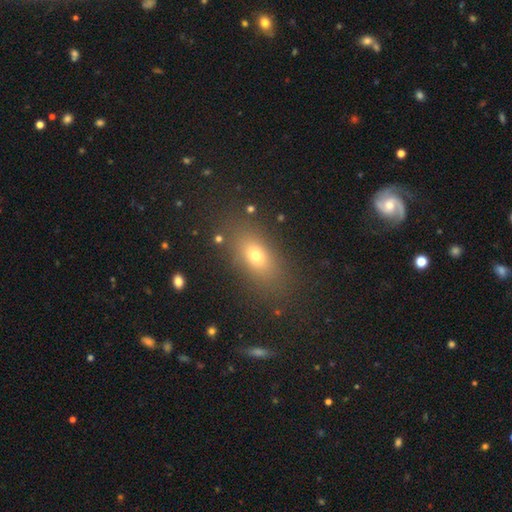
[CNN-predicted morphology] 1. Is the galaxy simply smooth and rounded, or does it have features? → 72% smooth, 15% star or artifact, 12% featured or disk.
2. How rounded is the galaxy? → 77% in between, 13% round, 10% cigar-shaped.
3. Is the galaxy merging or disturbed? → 84% none, 9% minor disturbance, 4% major disturbance, 2% merger.